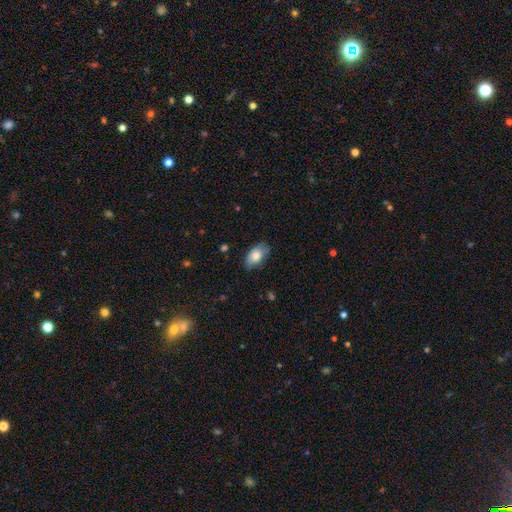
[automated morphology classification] Q: Smooth or featured?
A: smooth (76%); runner-up: featured or disk (18%)
Q: How rounded?
A: in between (92%); runner-up: round (5%)
Q: Merging?
A: none (74%); runner-up: minor disturbance (21%)